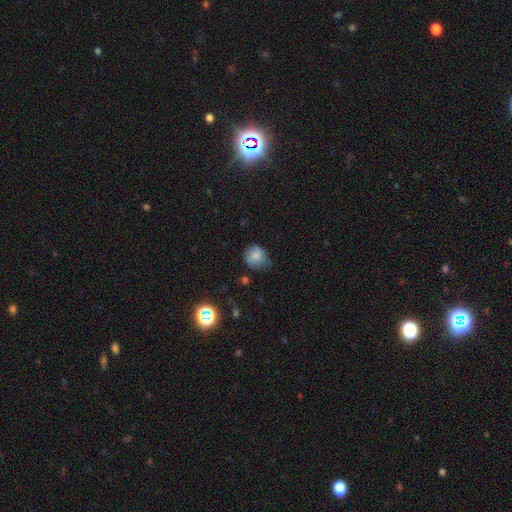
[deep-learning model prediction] Smooth or featured? Predicted: smooth (p=0.72). How rounded? Predicted: round (p=0.72). Merging? Predicted: none (p=0.50).